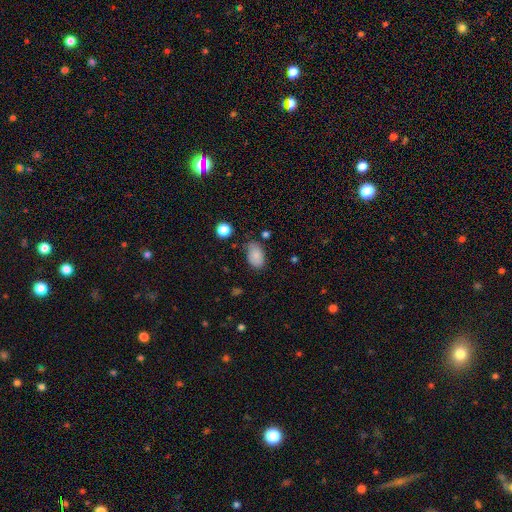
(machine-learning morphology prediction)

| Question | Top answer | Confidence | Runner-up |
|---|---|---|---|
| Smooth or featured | smooth | 83% | star or artifact (9%) |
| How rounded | in between | 90% | round (9%) |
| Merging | none | 63% | minor disturbance (27%) |